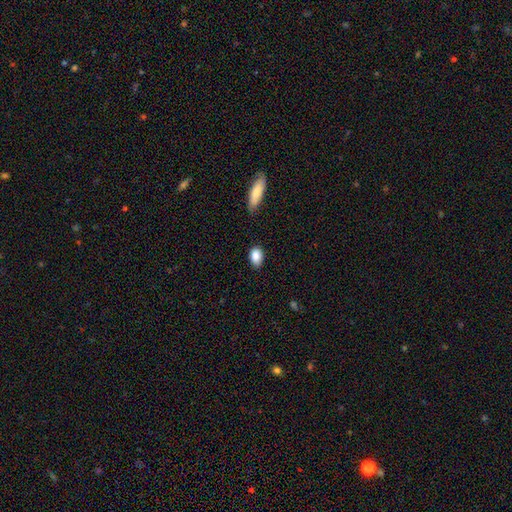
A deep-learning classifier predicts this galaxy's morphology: This appears to be a smooth galaxy with no disk features (87%) that is in between round and cigar-shaped (83%). Merging: none (77%).